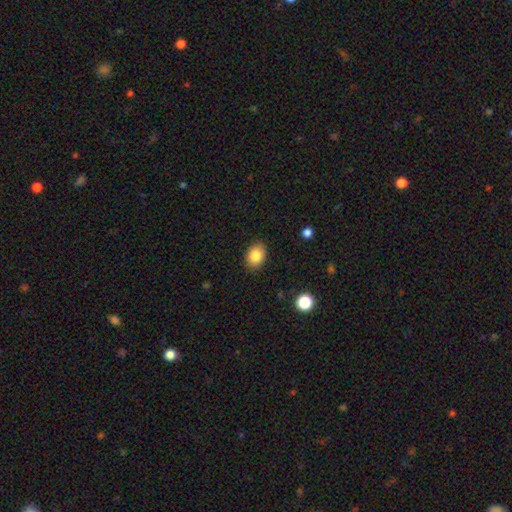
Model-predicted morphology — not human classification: smooth 85%, star or artifact 9%, featured or disk 6%. Down the decision tree: how rounded — in between (67%); merging — none (87%).